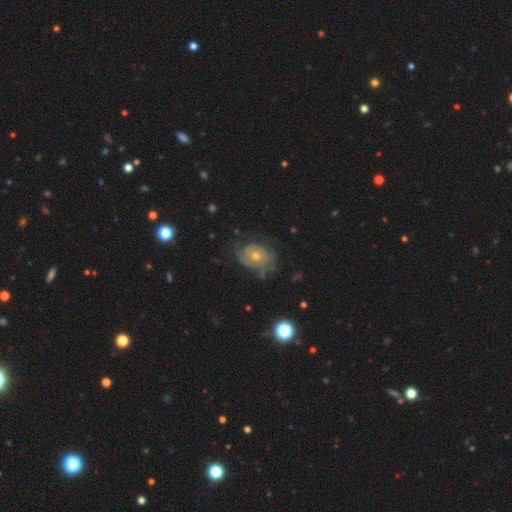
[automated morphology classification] Smooth or featured: featured or disk — 61% (smooth — 26%)
Edge-on disk: no — 96% (yes — 4%)
Bar: no — 82% (weak — 15%)
Spiral arms: yes — 75% (no — 25%)
Bulge size: moderate — 49% (small — 46%)
Merging: none — 59% (minor disturbance — 25%)